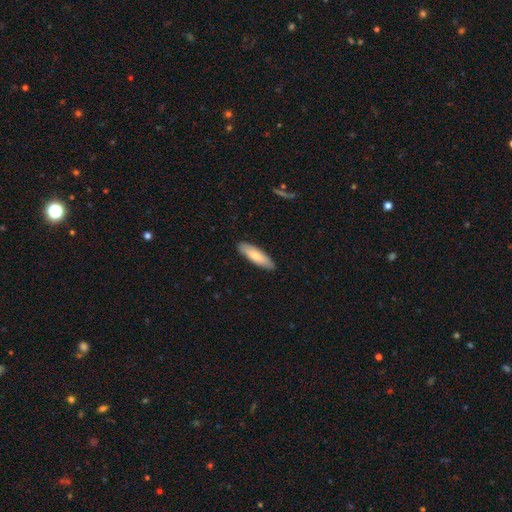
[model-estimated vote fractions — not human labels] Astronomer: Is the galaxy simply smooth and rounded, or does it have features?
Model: smooth — 76%.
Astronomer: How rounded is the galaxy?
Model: cigar-shaped — 53% (runner-up: in between, 45%).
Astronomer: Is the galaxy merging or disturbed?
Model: none — 89%.